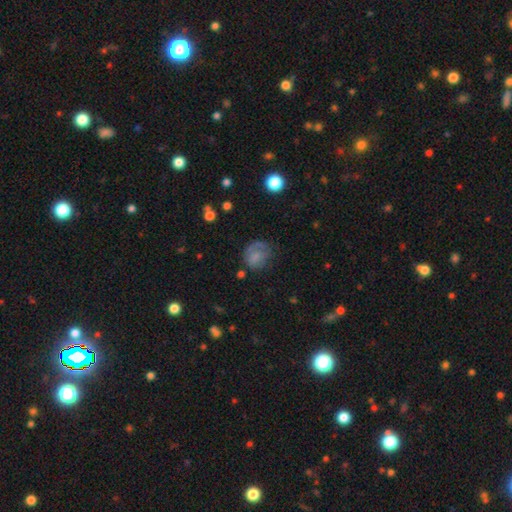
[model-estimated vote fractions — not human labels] Smooth or featured: smooth — 62% (featured or disk — 27%)
How rounded: round — 60% (in between — 39%)
Merging: none — 47% (minor disturbance — 26%)